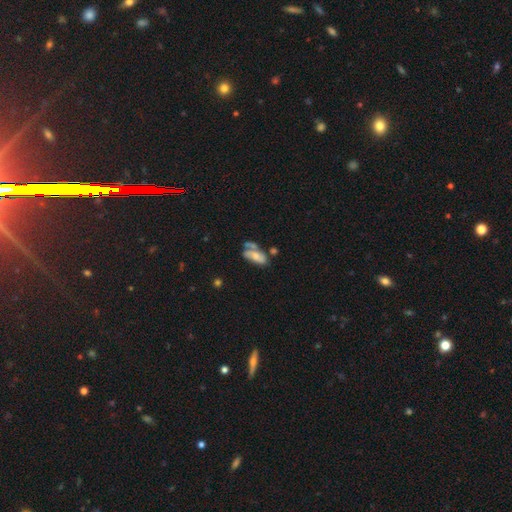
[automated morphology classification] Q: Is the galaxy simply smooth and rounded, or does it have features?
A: smooth — 53%.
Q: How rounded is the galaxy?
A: in between — 86%.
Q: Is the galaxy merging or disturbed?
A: merger — 32%.